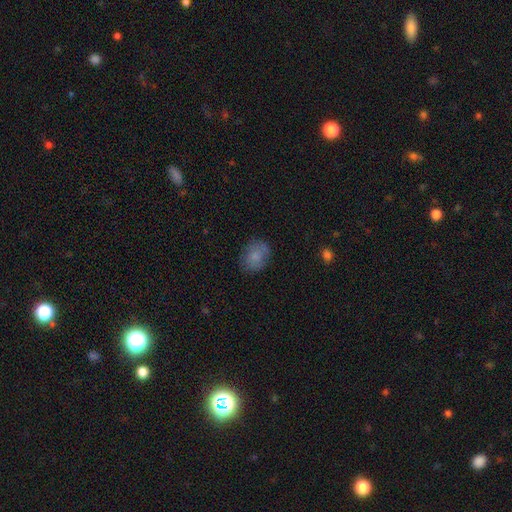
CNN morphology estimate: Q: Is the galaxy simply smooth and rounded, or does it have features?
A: smooth — 79%.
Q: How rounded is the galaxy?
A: in between — 58%.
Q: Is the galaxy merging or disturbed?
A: none — 74%.